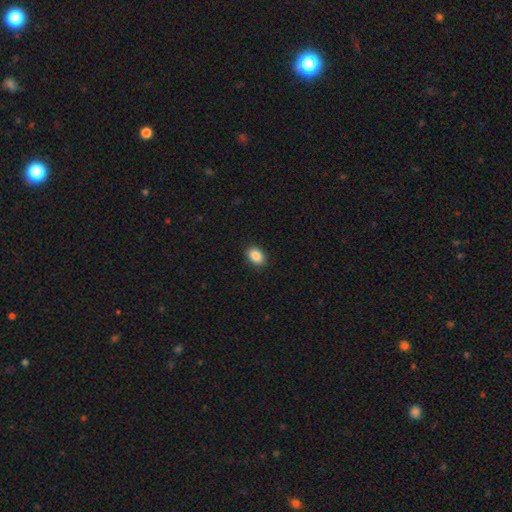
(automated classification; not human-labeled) This is clearly a smooth galaxy (88%). How rounded: likely in between (80%). Merging: clearly none (91%).